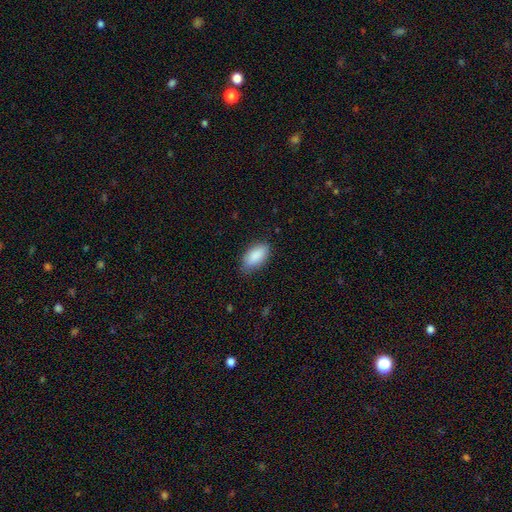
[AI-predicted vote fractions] A smooth galaxy with no disk features (88%) that is in between round and cigar-shaped (93%).

Vote fractions:
- Smooth or featured? smooth: 88% / star or artifact: 6% / featured or disk: 5%
- How rounded? in between: 93% / cigar-shaped: 5% / round: 3%
- Merging? none: 78% / minor disturbance: 18% / major disturbance: 3% / merger: 1%